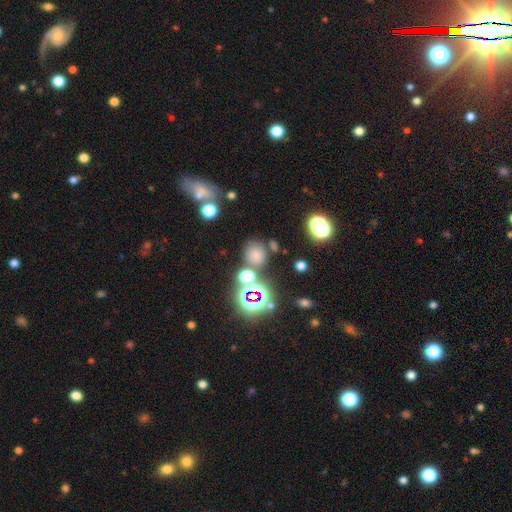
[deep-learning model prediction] Smooth or featured? Predicted: smooth (p=0.63). How rounded? Predicted: round (p=0.77). Merging? Predicted: none (p=0.70).